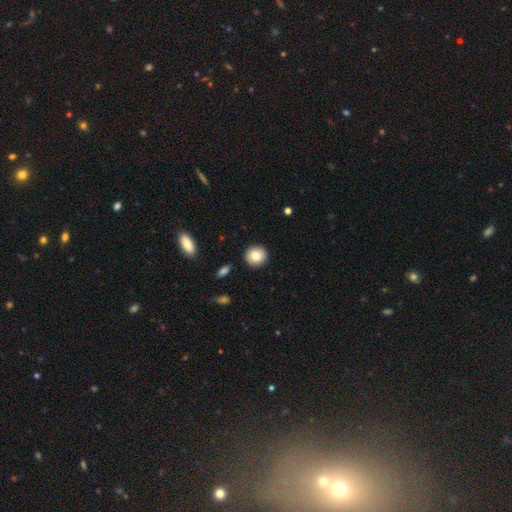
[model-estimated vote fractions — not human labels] A smooth galaxy with no disk features (82%) that is round (90%).

Vote fractions:
- Smooth or featured? smooth: 82% / featured or disk: 10% / star or artifact: 8%
- How rounded? round: 90% / in between: 9% / cigar-shaped: 1%
- Merging? none: 92% / minor disturbance: 5% / major disturbance: 2% / merger: 1%